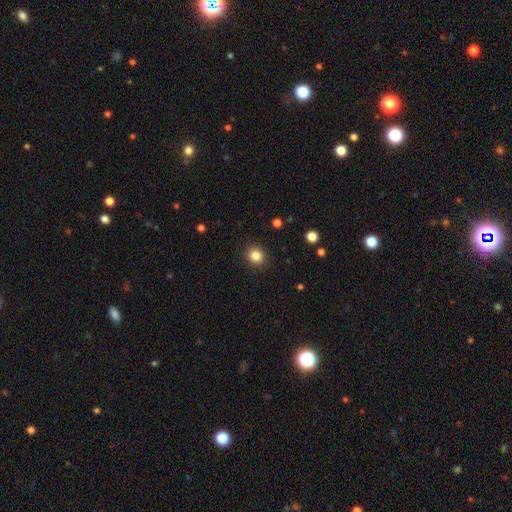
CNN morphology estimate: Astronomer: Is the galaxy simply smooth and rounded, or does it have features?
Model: smooth — 84%.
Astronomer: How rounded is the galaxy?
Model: round — 82%.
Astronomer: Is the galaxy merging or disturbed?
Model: none — 90%.